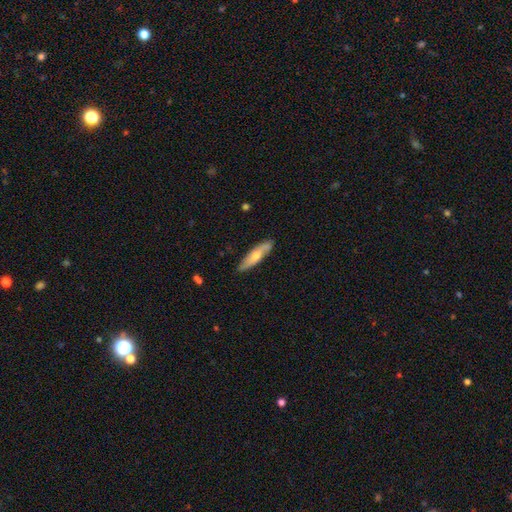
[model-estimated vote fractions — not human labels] Q: Smooth or featured?
A: smooth (52%); runner-up: featured or disk (43%)
Q: How rounded?
A: cigar-shaped (75%); runner-up: in between (23%)
Q: Merging?
A: none (84%); runner-up: minor disturbance (12%)